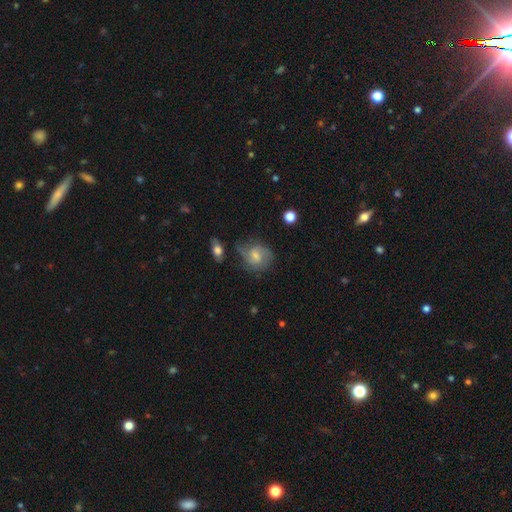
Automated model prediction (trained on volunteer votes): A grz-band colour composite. It shows a featured or disk galaxy (57%) with a weak bar (51%), spiral arms (87%) and a small central bulge (44%). Merging: none (57%).